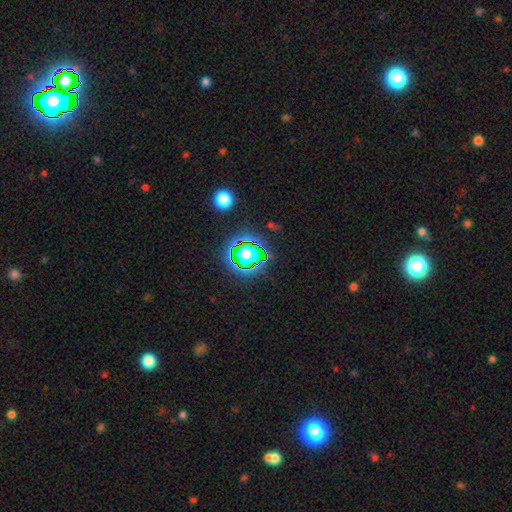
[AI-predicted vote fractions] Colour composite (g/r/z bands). It shows a star or artifact, not a galaxy (77%).